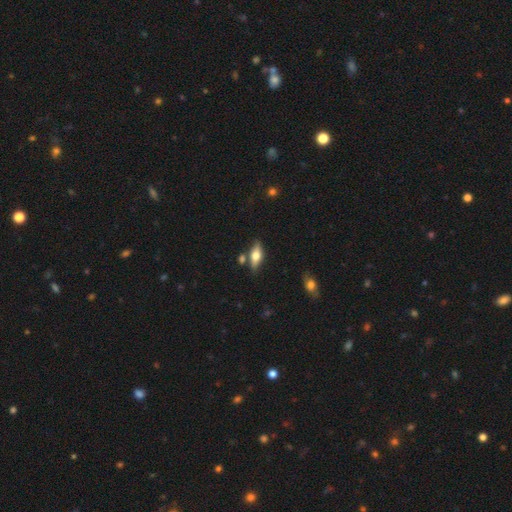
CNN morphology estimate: A smooth galaxy with no disk features (53%) that is in between round and cigar-shaped (66%).

Vote fractions:
- Smooth or featured? smooth: 53% / featured or disk: 40% / star or artifact: 7%
- How rounded? in between: 66% / cigar-shaped: 30% / round: 3%
- Merging? none: 75% / minor disturbance: 13% / merger: 9% / major disturbance: 3%